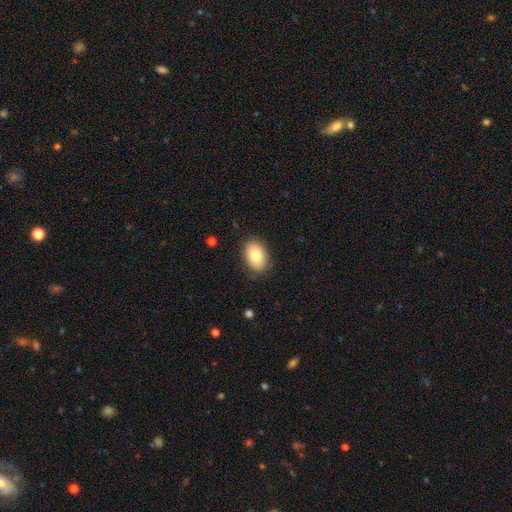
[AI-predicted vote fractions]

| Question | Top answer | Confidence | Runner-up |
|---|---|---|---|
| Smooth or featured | smooth | 79% | featured or disk (14%) |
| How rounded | in between | 84% | round (15%) |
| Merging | none | 84% | minor disturbance (12%) |